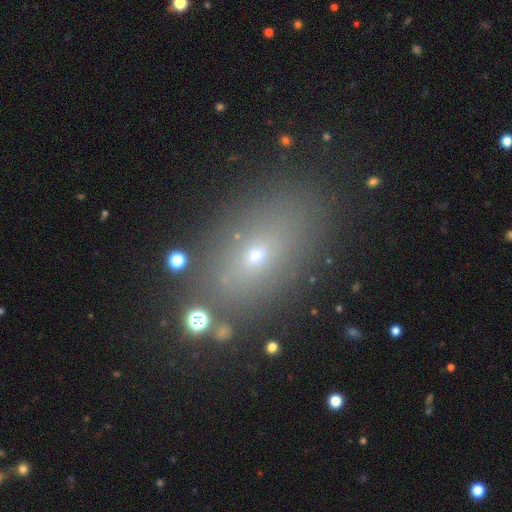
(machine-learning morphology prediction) smooth_or_featured: smooth (p=0.56) [alt: star or artifact p=0.26]
how_rounded: in between (p=0.75) [alt: round p=0.20]
merging: none (p=0.83) [alt: minor disturbance p=0.09]